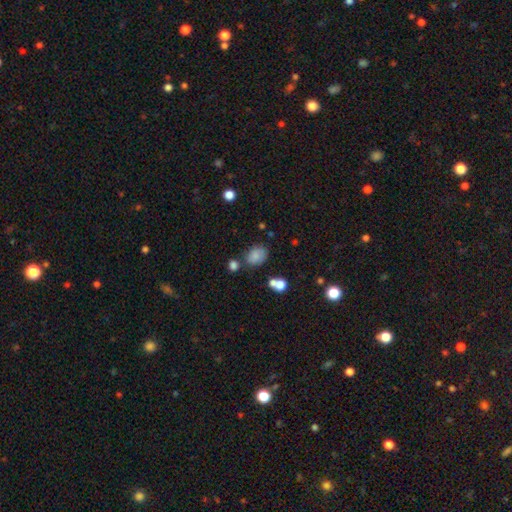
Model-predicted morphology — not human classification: smooth_or_featured: smooth (p=0.78) [alt: star or artifact p=0.13]
how_rounded: in between (p=0.68) [alt: round p=0.30]
merging: none (p=0.64) [alt: minor disturbance p=0.20]